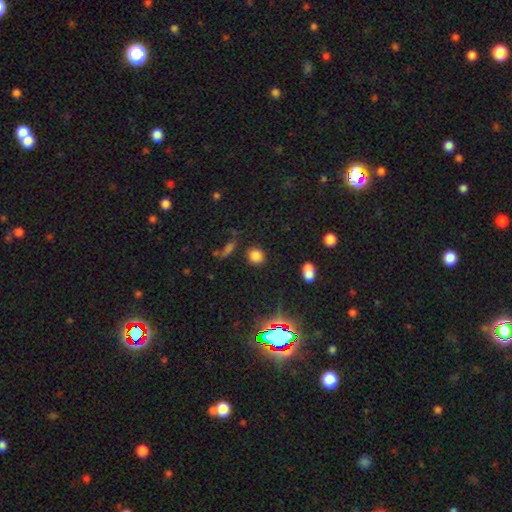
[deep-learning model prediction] Morphology: type=smooth (77%); roundness=round (85%); merging=none (83%).